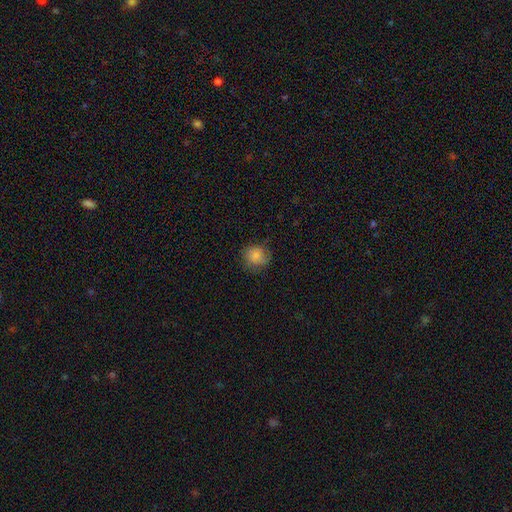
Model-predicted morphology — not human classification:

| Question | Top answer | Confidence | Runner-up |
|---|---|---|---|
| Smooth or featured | smooth | 79% | featured or disk (13%) |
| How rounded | round | 83% | in between (16%) |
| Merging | none | 70% | minor disturbance (21%) |